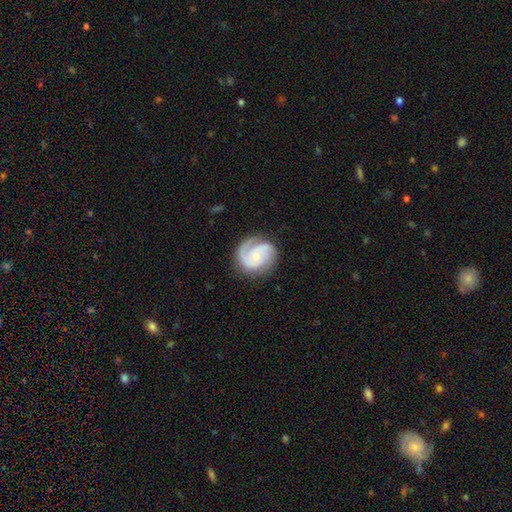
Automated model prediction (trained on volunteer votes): Smooth or featured? Predicted: featured or disk (p=0.84). Edge-on disk? Predicted: no (p=0.98). Bar? Predicted: no (p=0.68). Spiral arms? Predicted: yes (p=0.97). Spiral winding? Predicted: tight (p=0.48). Spiral arm count? Predicted: 2 (p=0.54). Bulge size? Predicted: small (p=0.64). Merging? Predicted: none (p=0.75).